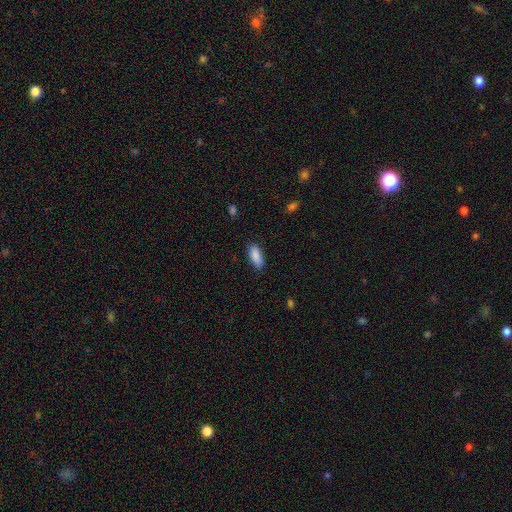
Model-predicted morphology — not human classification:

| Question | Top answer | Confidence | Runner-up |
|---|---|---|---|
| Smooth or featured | smooth | 89% | star or artifact (7%) |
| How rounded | in between | 80% | cigar-shaped (18%) |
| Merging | none | 82% | minor disturbance (14%) |